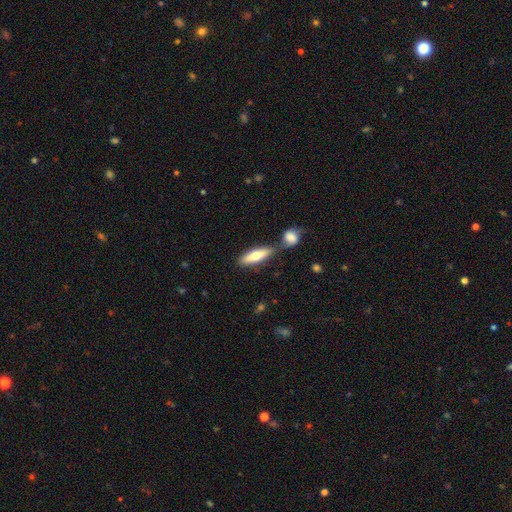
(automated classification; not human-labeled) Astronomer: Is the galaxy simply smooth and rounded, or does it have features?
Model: smooth — 63%.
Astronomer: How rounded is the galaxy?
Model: cigar-shaped — 50% (runner-up: in between, 47%).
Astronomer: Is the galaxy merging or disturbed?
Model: none — 58%.